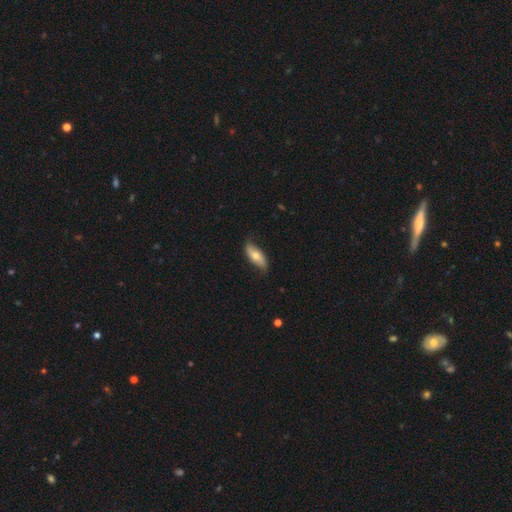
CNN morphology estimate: Overall: smooth (56%; featured or disk 38%). How rounded: in between (76%). Merging: none (73%).